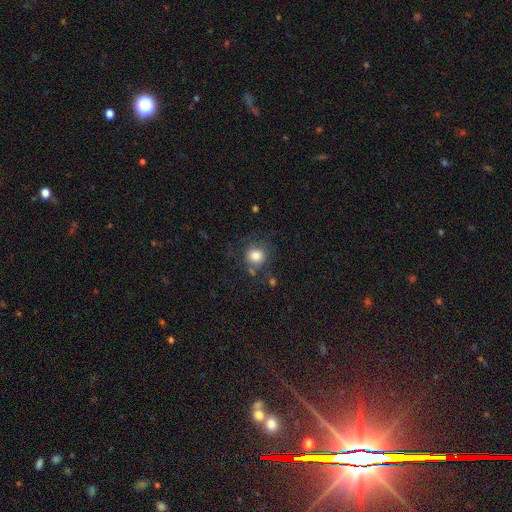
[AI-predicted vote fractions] Smooth or featured? Predicted: smooth (p=0.80). How rounded? Predicted: round (p=0.88). Merging? Predicted: none (p=0.73).